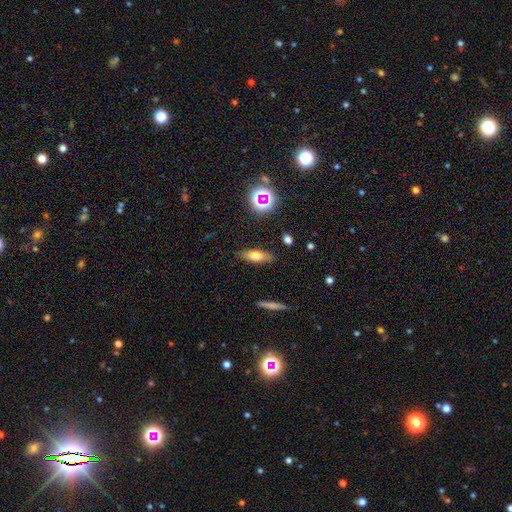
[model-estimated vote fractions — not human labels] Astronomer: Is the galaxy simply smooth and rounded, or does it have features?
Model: smooth — 65%.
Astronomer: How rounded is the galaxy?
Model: in between — 57% (runner-up: cigar-shaped, 38%).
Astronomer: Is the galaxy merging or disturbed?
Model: none — 84%.